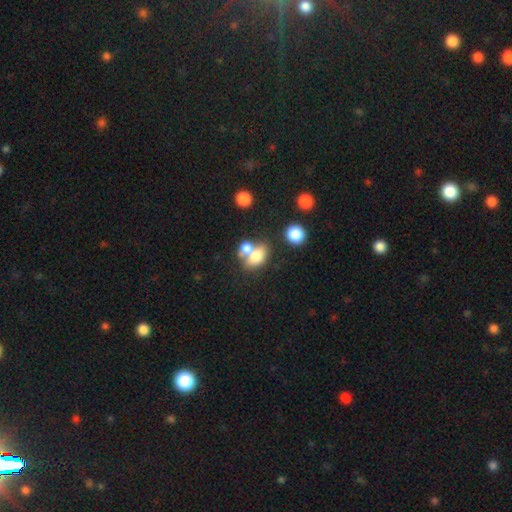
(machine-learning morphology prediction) Smooth or featured? Predicted: smooth (p=0.74). How rounded? Predicted: in between (p=0.76). Merging? Predicted: merger (p=0.55).